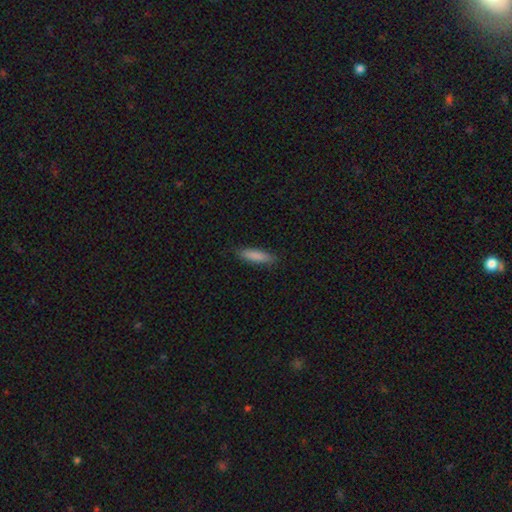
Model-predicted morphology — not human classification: The model was most divided on "how rounded": cigar-shaped: 71%, in between: 28%, round: 1%. More confident: merging — none (87%); smooth or featured — smooth (86%).